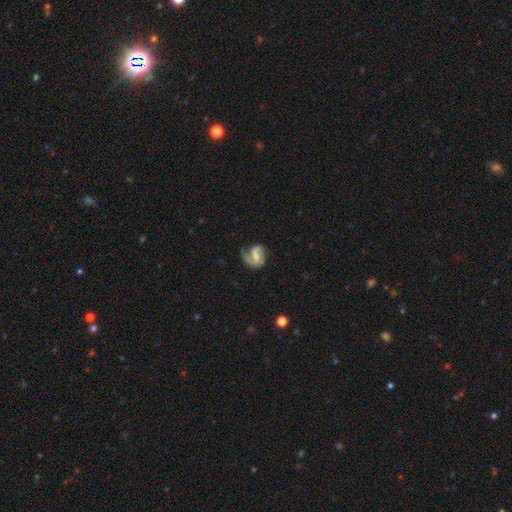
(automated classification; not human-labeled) A featured or disk galaxy (72%) with a weak bar (48%), 2 (57%) medium (43%) spiral arms (91%) and a small central bulge (40%). Merging: none (50%).